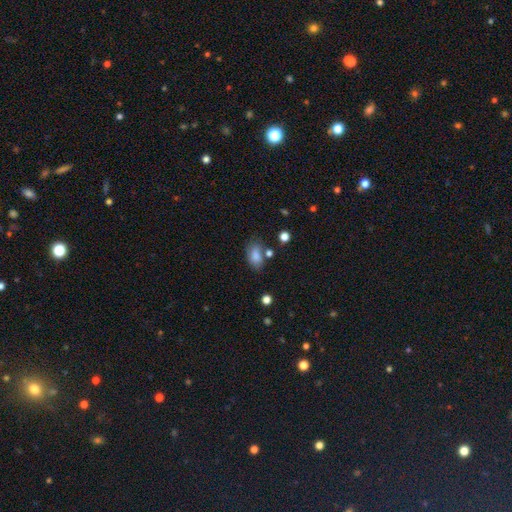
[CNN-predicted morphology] smooth 82%, star or artifact 10%, featured or disk 8%. Down the decision tree: how rounded — in between (88%); merging — none (61%).